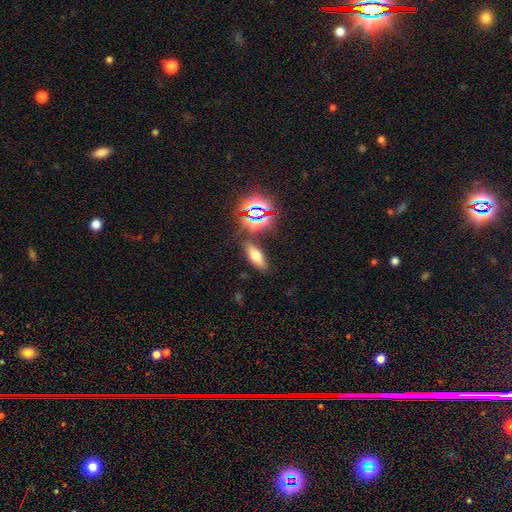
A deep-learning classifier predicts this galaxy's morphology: Smooth or featured? smooth (59%)
How rounded? in between (65%)
Merging? none (81%)